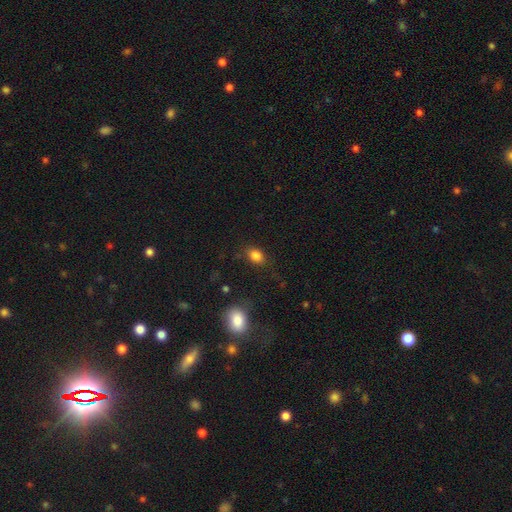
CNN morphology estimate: type=smooth (84%); roundness=in between (68%); merging=none (77%).